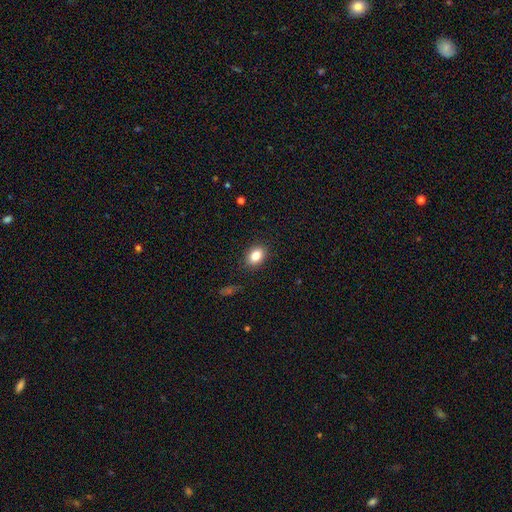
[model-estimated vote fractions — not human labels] Smooth or featured?
  - smooth: 83% *
  - star or artifact: 9%
  - featured or disk: 8%
How rounded?
  - in between: 75% *
  - round: 24%
  - cigar-shaped: 1%
Merging?
  - none: 87% *
  - minor disturbance: 9%
  - major disturbance: 2%
  - merger: 1%